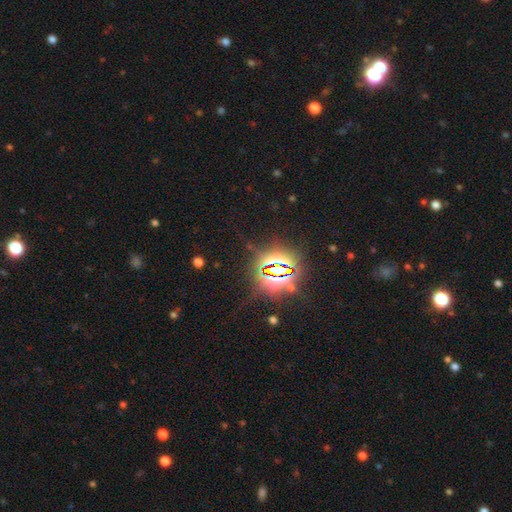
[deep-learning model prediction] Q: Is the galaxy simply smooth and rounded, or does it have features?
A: star or artifact — 86%.